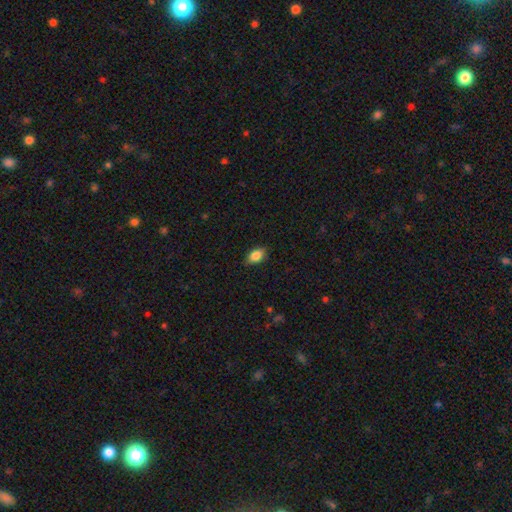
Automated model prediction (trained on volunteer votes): Smooth or featured? smooth (85%)
How rounded? in between (86%)
Merging? none (84%)